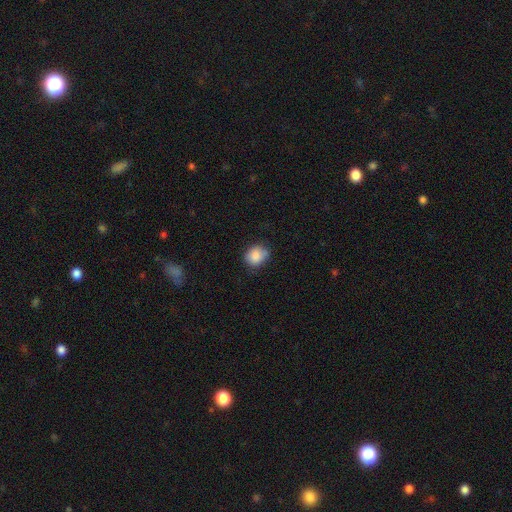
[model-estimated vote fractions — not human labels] Smooth or featured: smooth — 85% (star or artifact — 8%)
How rounded: round — 64% (in between — 35%)
Merging: none — 70% (minor disturbance — 24%)